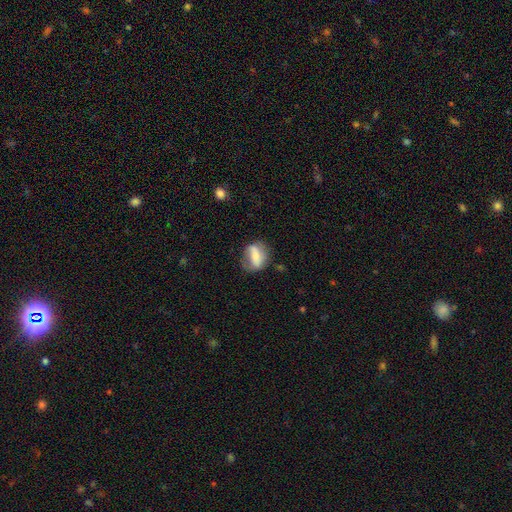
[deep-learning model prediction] Overall: smooth (53%; featured or disk 39%). How rounded: in between (65%; round 28%). Merging: none (58%; minor disturbance 26%).